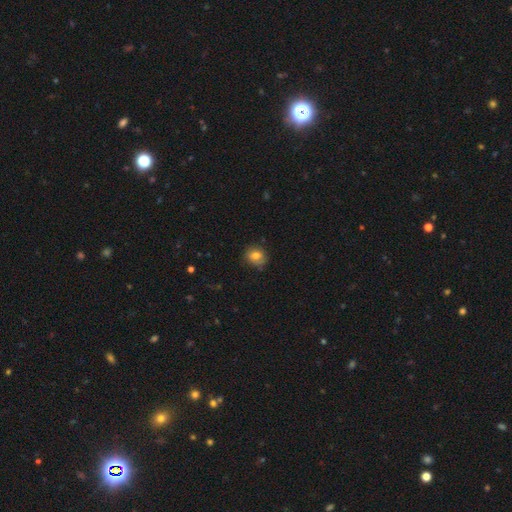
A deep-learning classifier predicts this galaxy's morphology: A smooth galaxy with no disk features (80%) that is round (73%). Merging: none (78%).